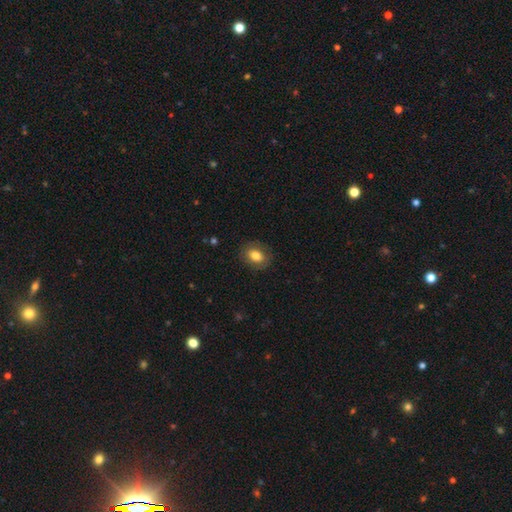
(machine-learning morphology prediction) A smooth galaxy with no disk features (78%) that is in between round and cigar-shaped (64%).

Vote fractions:
- Smooth or featured? smooth: 78% / featured or disk: 14% / star or artifact: 8%
- How rounded? in between: 64% / round: 35% / cigar-shaped: 1%
- Merging? none: 84% / minor disturbance: 11% / major disturbance: 4% / merger: 1%